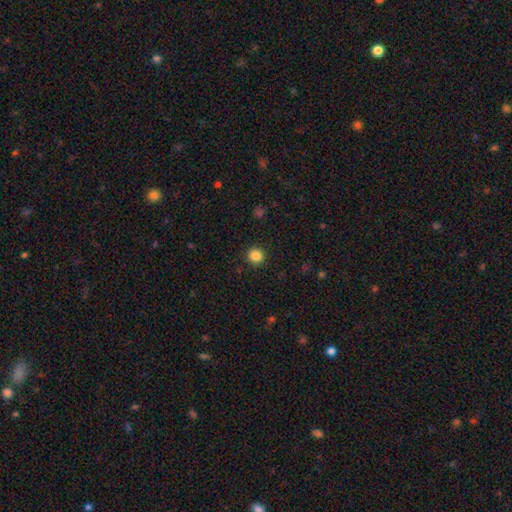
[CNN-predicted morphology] This appears to be a smooth galaxy with no disk features (85%) that is round (93%). Merging: none (92%).